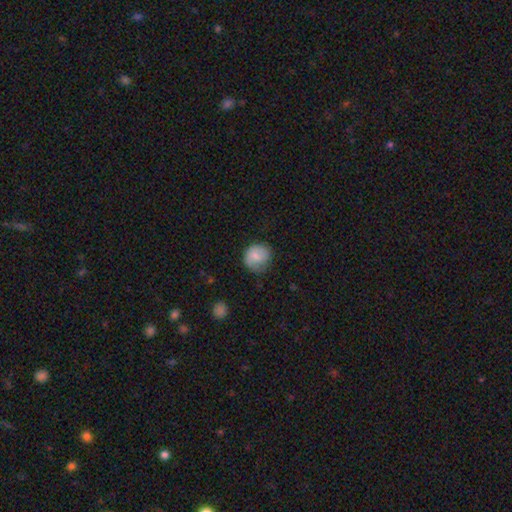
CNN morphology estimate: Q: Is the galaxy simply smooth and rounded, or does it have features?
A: smooth — 73%.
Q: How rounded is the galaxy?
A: round — 83%.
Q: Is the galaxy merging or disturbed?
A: none — 63%.